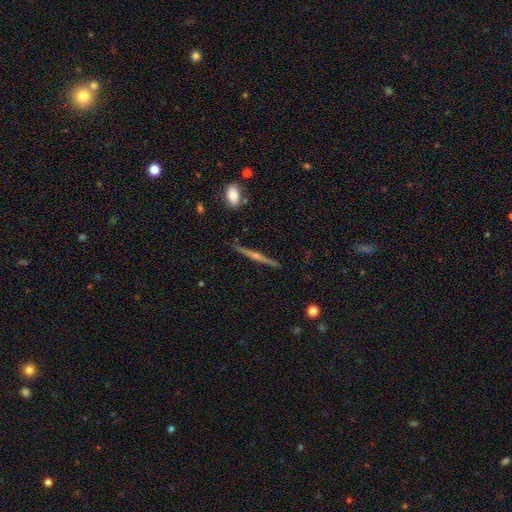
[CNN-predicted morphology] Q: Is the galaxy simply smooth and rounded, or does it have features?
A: featured or disk — 78%.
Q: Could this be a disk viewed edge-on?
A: yes — 98%.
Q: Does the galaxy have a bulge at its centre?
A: rounded — 79%.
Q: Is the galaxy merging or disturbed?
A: none — 90%.